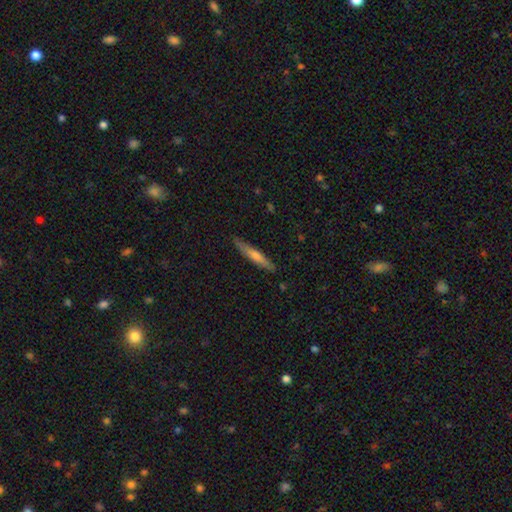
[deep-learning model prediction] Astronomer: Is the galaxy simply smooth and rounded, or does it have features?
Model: smooth — 50% (runner-up: featured or disk, 44%).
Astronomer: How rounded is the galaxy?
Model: cigar-shaped — 93%.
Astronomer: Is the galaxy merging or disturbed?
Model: none — 87%.